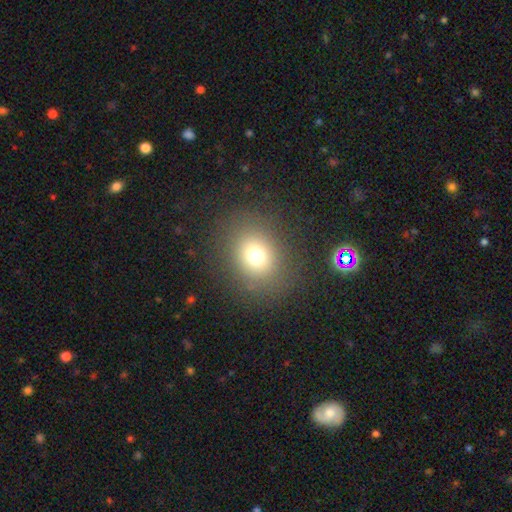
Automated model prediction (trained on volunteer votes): The model was most divided on "how rounded": round: 67%, in between: 32%, cigar-shaped: 1%. More confident: merging — none (85%); smooth or featured — smooth (72%).